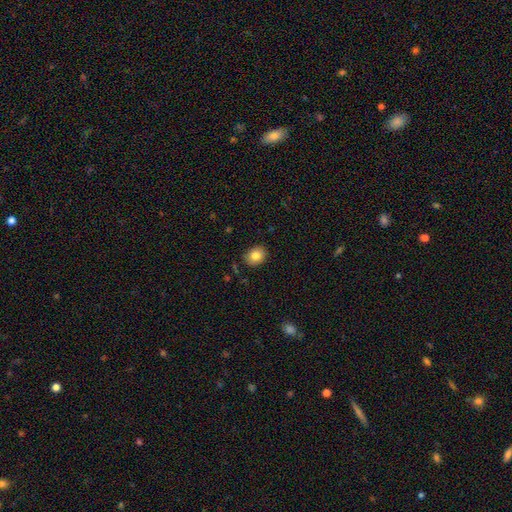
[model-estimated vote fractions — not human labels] This is clearly a smooth galaxy (82%). How rounded: possibly round (54%). Merging: clearly none (86%).